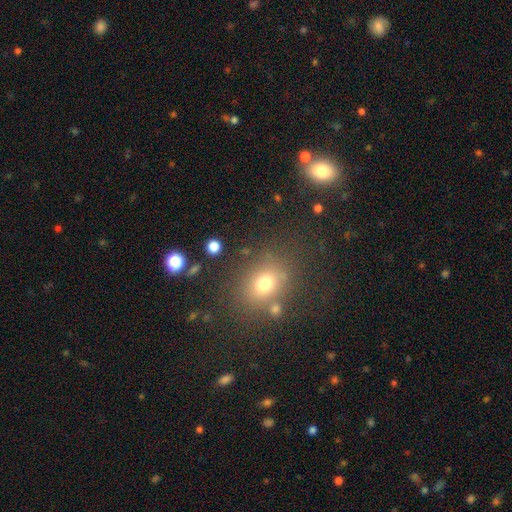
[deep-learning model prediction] This is possibly a smooth galaxy (54%). How rounded: possibly round (57%). Merging: likely none (80%).